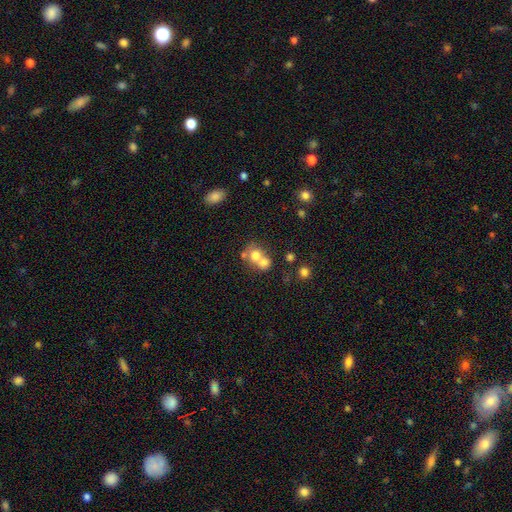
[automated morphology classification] This appears to be a smooth galaxy with no disk features (69%) that is round (71%). Merging: merger (62%).